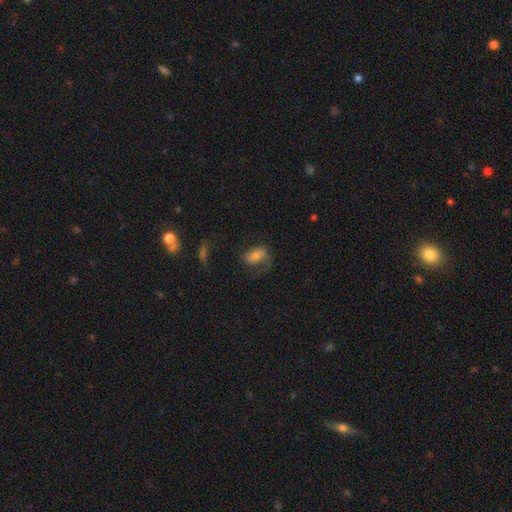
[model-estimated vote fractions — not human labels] Smooth or featured: featured or disk — 51% (smooth — 40%)
Edge-on disk: no — 95% (yes — 5%)
Merging: none — 42% (major disturbance — 35%)